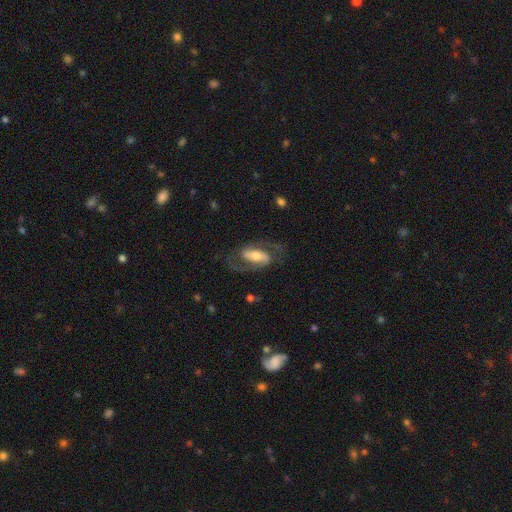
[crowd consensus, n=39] Morphology: type=featured or disk (77%); edge-on=no (97%); bar=weak (52%); spiral arms=yes (97%); winding=medium (71%); arm count=2 (89%); bulge=moderate (66%); merging=none (74%).